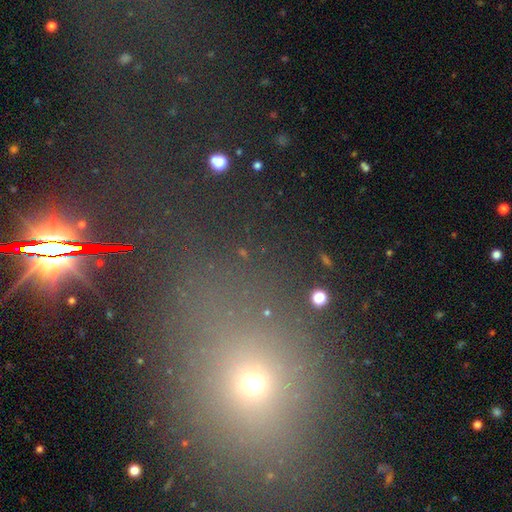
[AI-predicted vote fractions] Smooth or featured? star or artifact (50%)